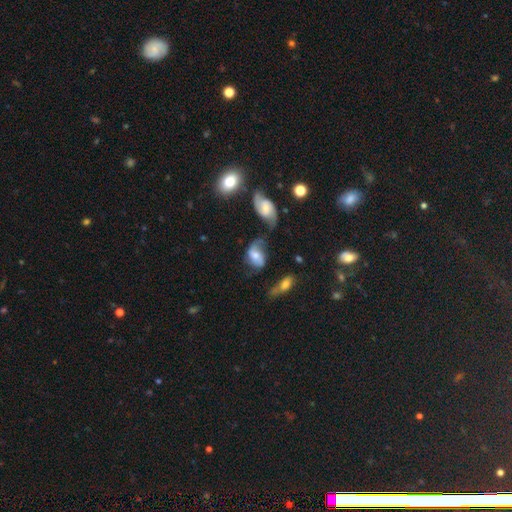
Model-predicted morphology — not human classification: The model was most divided on "merging": none: 32%, major disturbance: 24%, minor disturbance: 22%, merger: 22%. Remaining: edge-on disk — no (95%); spiral arms — yes (82%); smooth or featured — featured or disk (54%); bar — no (51%); bulge size — moderate (50%).